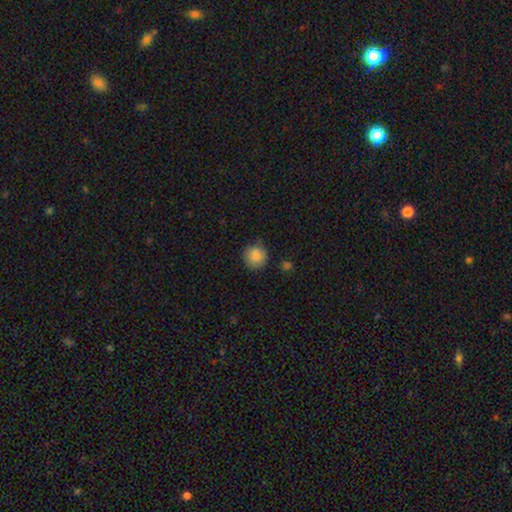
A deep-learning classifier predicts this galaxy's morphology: The model was most divided on "merging": none: 78%, minor disturbance: 16%, major disturbance: 4%, merger: 3%. More confident: how rounded — round (91%); smooth or featured — smooth (86%).